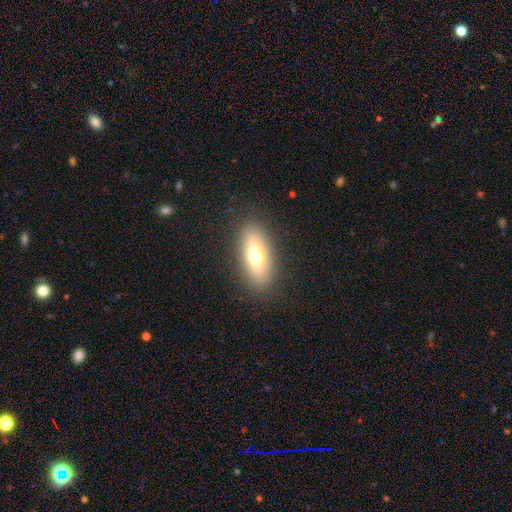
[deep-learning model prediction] A smooth galaxy with no disk features (68%) that is in between round and cigar-shaped (72%). Merging: none (87%).